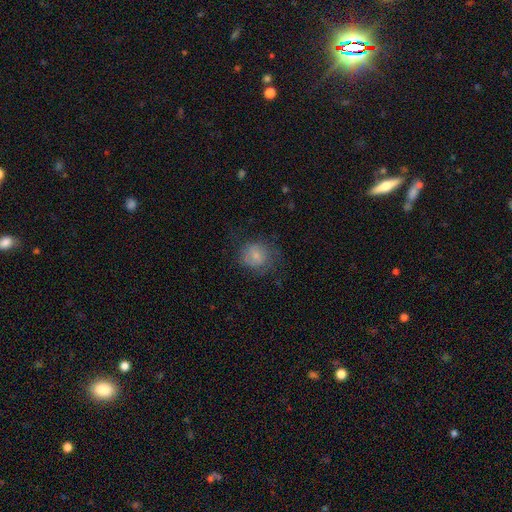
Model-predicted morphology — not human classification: smooth 75%, featured or disk 16%, star or artifact 9%. Down the decision tree: how rounded — round (83%); merging — none (65%).